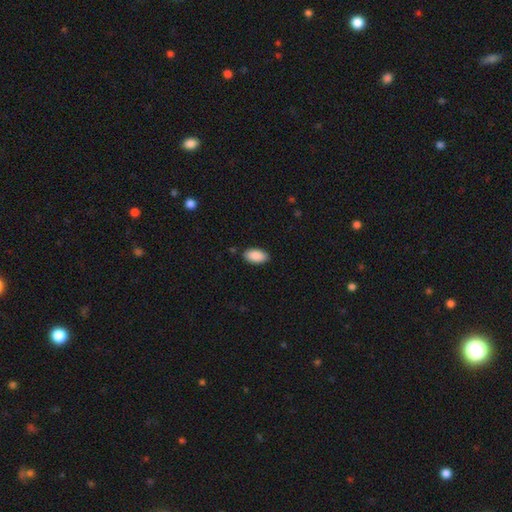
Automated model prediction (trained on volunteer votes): Smooth or featured?
  - smooth: 90% *
  - star or artifact: 6%
  - featured or disk: 4%
How rounded?
  - in between: 95% *
  - cigar-shaped: 3%
  - round: 3%
Merging?
  - none: 87% *
  - minor disturbance: 9%
  - major disturbance: 2%
  - merger: 1%